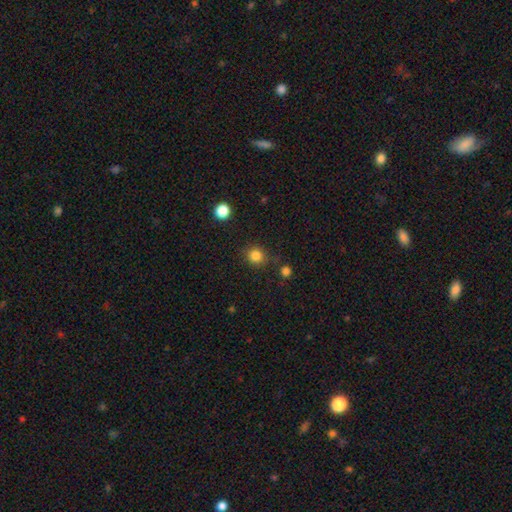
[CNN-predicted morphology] A smooth galaxy with no disk features (84%) that is round (88%).

Vote fractions:
- Smooth or featured? smooth: 84% / star or artifact: 12% / featured or disk: 4%
- How rounded? round: 88% / in between: 11% / cigar-shaped: 1%
- Merging? none: 84% / minor disturbance: 10% / major disturbance: 3% / merger: 3%